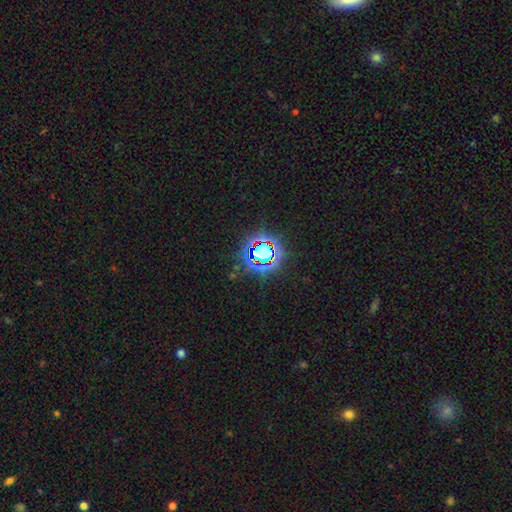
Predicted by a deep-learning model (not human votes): Morphology: type=star or artifact (77%).